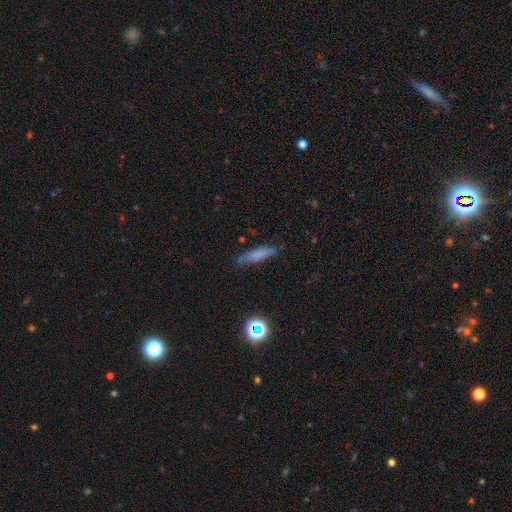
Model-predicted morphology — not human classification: type=smooth (60%); roundness=cigar-shaped (75%); merging=none (75%).